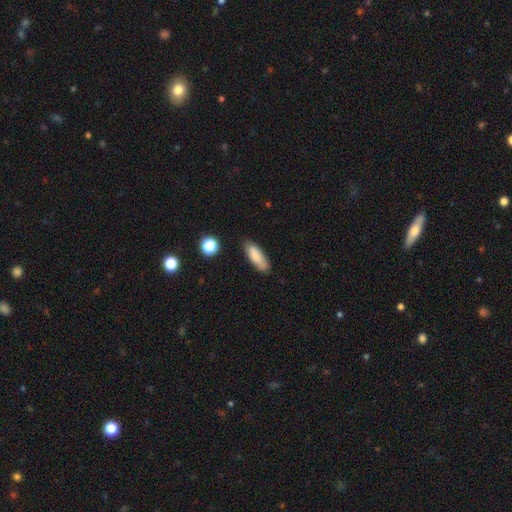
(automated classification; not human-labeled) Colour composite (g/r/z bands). It shows a smooth galaxy with no disk features (82%) that is in between round and cigar-shaped (59%). Merging: none (79%).